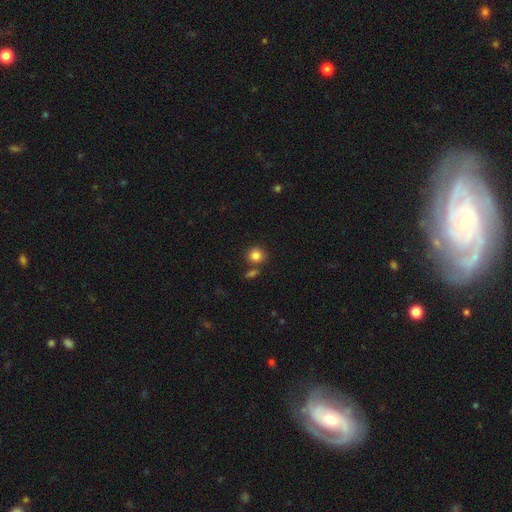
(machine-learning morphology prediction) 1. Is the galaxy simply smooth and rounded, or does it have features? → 84% smooth, 10% star or artifact, 6% featured or disk.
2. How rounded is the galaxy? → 85% round, 14% in between, 1% cigar-shaped.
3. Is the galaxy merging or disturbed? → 73% none, 15% merger, 10% minor disturbance, 3% major disturbance.